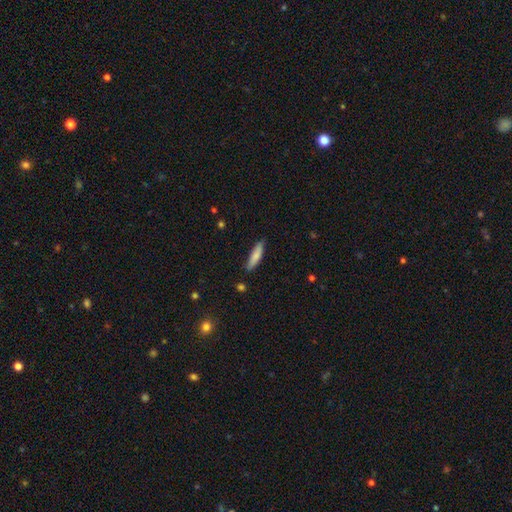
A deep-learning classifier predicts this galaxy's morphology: A smooth galaxy with no disk features (78%) that is cigar-shaped (77%).

Vote fractions:
- Smooth or featured? smooth: 78% / featured or disk: 16% / star or artifact: 6%
- How rounded? cigar-shaped: 77% / in between: 21% / round: 1%
- Merging? none: 85% / minor disturbance: 12% / major disturbance: 2% / merger: 2%